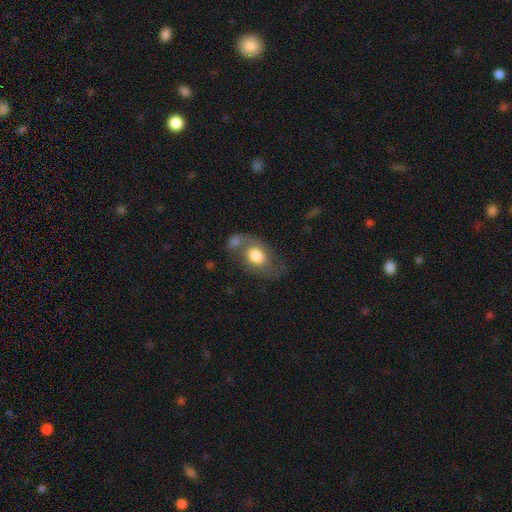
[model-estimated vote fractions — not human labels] Q: Smooth or featured?
A: smooth (56%); runner-up: featured or disk (36%)
Q: How rounded?
A: in between (71%); runner-up: round (27%)
Q: Merging?
A: none (39%); runner-up: merger (26%)